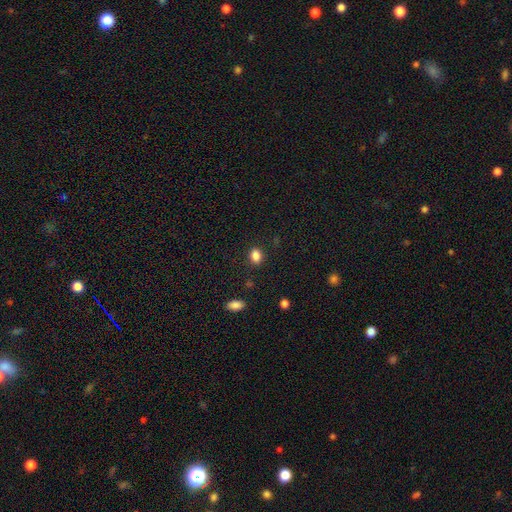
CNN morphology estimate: Smooth or featured?
  - smooth: 86% *
  - star or artifact: 10%
  - featured or disk: 4%
How rounded?
  - in between: 73% *
  - round: 26%
  - cigar-shaped: 2%
Merging?
  - none: 85% *
  - minor disturbance: 10%
  - major disturbance: 3%
  - merger: 2%